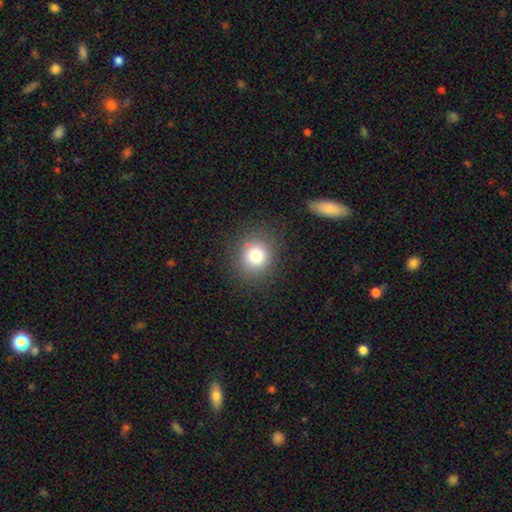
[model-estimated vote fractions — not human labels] This appears to be a smooth galaxy with no disk features (78%) that is round (85%). Merging: none (86%).